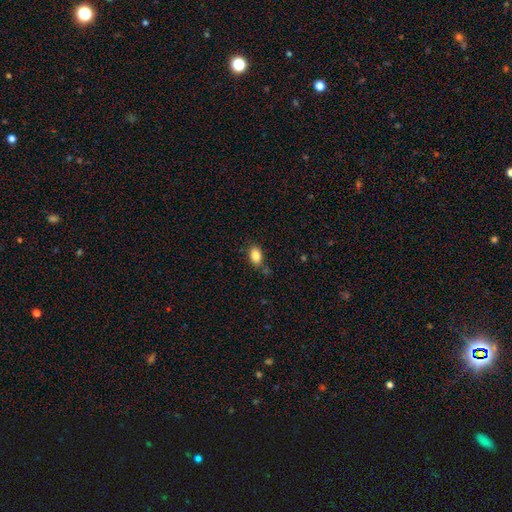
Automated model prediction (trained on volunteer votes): This is clearly a smooth galaxy (85%). How rounded: clearly in between (85%). Merging: likely none (71%).